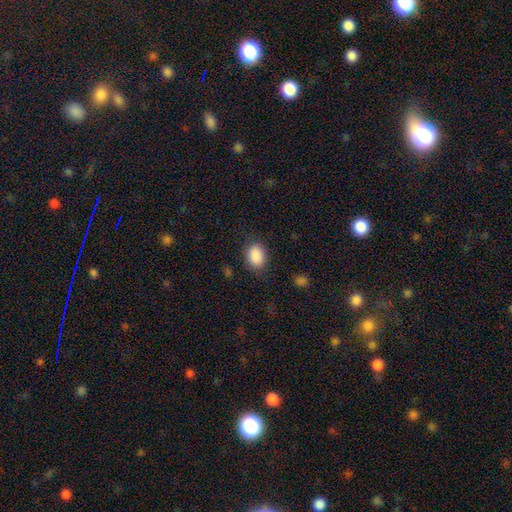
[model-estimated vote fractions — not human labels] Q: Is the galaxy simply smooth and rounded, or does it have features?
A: smooth — 89%.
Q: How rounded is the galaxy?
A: in between — 73%.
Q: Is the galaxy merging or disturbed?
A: none — 83%.